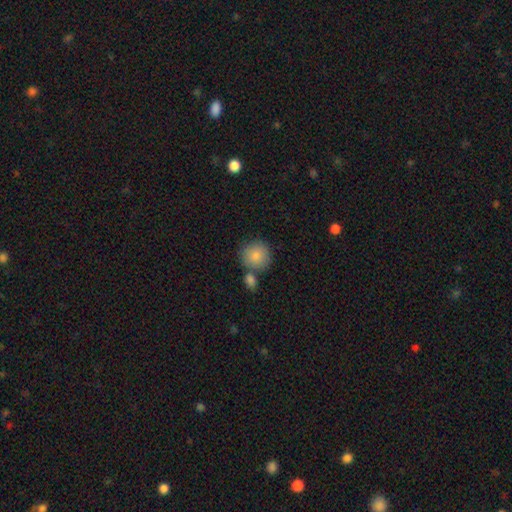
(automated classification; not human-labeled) Morphology: type=smooth (86%); roundness=round (89%); merging=none (63%).